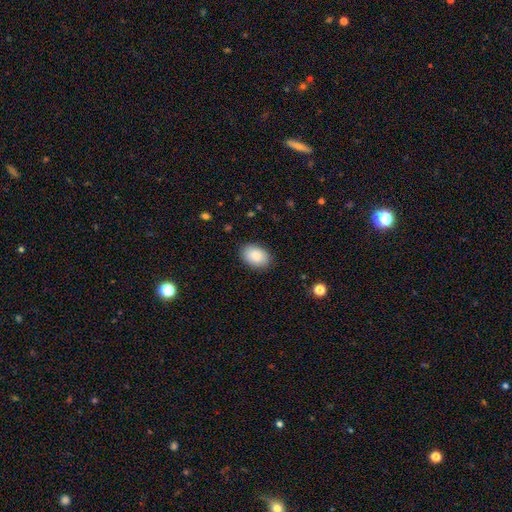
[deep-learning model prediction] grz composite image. It shows a smooth galaxy with no disk features (89%) that is in between round and cigar-shaped (85%). Merging: none (87%).